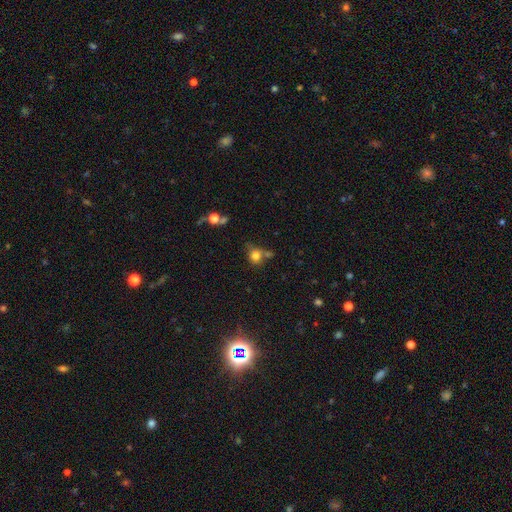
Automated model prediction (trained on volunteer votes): Overall: smooth (77%). How rounded: round (75%). Merging: none (51%; minor disturbance 20%).